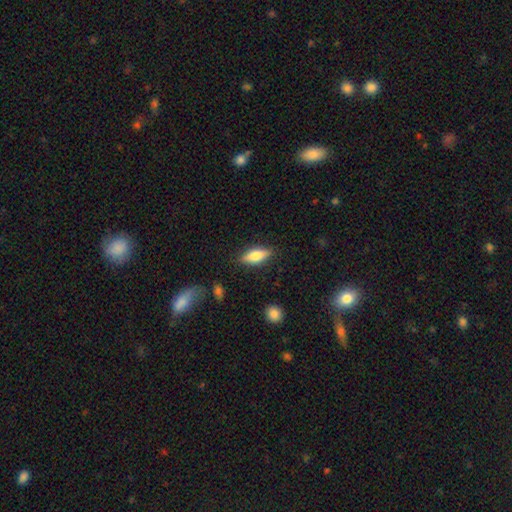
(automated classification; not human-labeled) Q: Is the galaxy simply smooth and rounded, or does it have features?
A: smooth — 65%.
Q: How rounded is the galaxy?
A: in between — 64%.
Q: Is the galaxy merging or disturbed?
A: none — 84%.